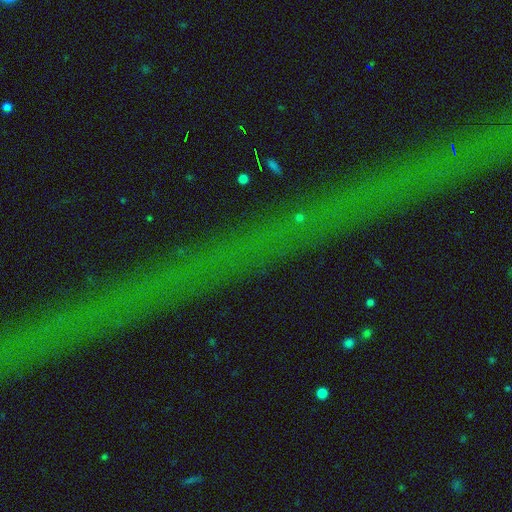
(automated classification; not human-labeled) Smooth or featured? Predicted: star or artifact (p=0.71).